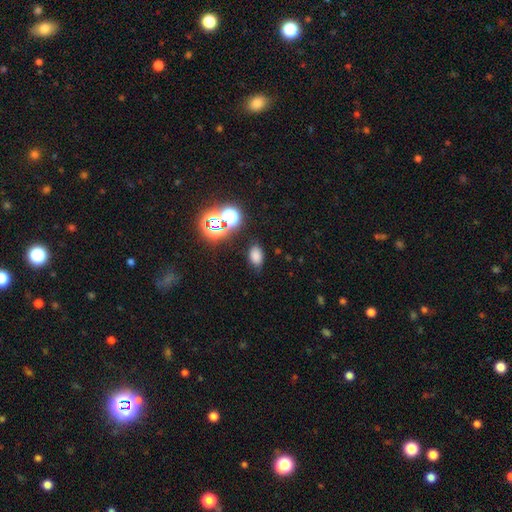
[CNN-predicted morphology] smooth 72%, star or artifact 21%, featured or disk 7%. Down the decision tree: how rounded — in between (84%); merging — none (80%).